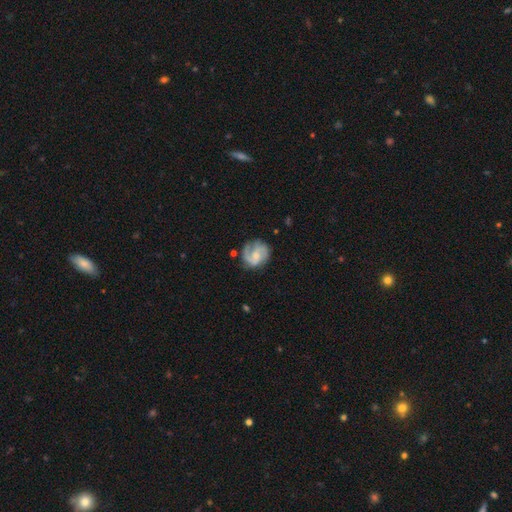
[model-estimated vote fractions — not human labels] featured or disk 71%, smooth 23%, star or artifact 6%. Down the decision tree: edge-on disk — no (98%); bar — no (53%); spiral arms — yes (92%); spiral arm count — 2 (60%); spiral winding — medium (47%); bulge size — small (52%); merging — none (65%).